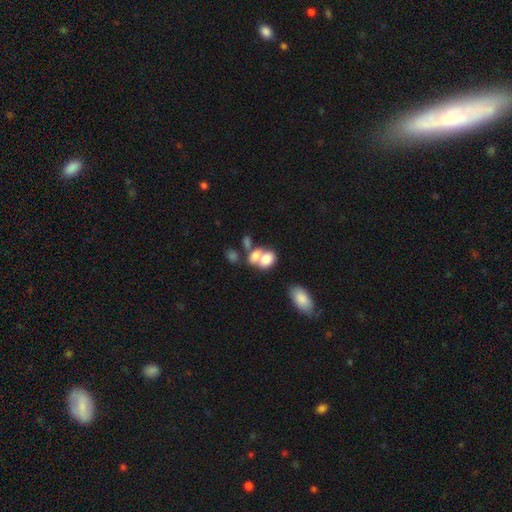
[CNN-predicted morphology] Smooth or featured? Predicted: smooth (p=0.72). How rounded? Predicted: in between (p=0.79). Merging? Predicted: merger (p=0.62).